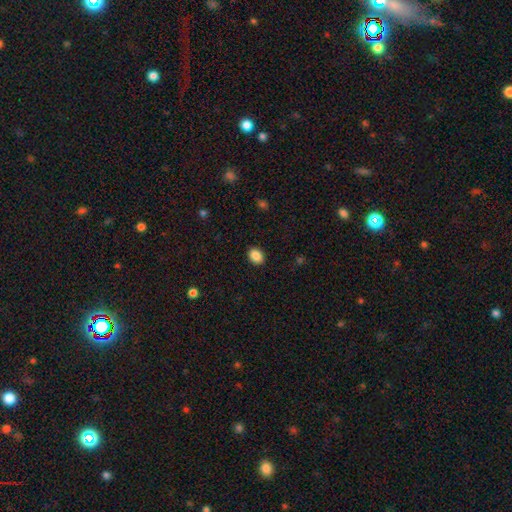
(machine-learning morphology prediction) smooth_or_featured: smooth (p=0.88) [alt: star or artifact p=0.09]
how_rounded: in between (p=0.65) [alt: round p=0.34]
merging: none (p=0.90) [alt: minor disturbance p=0.07]